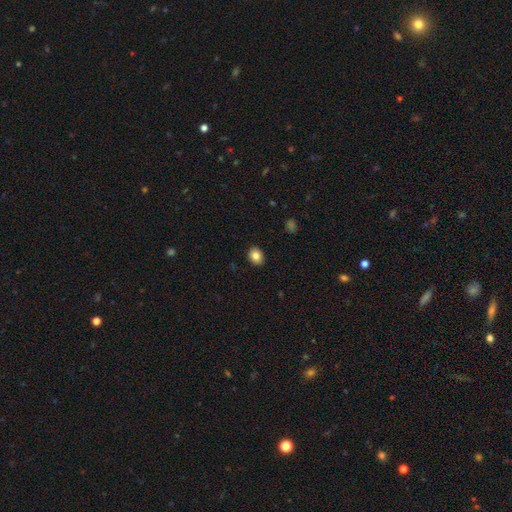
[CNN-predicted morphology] type=smooth (83%); roundness=in between (53%); merging=none (90%).